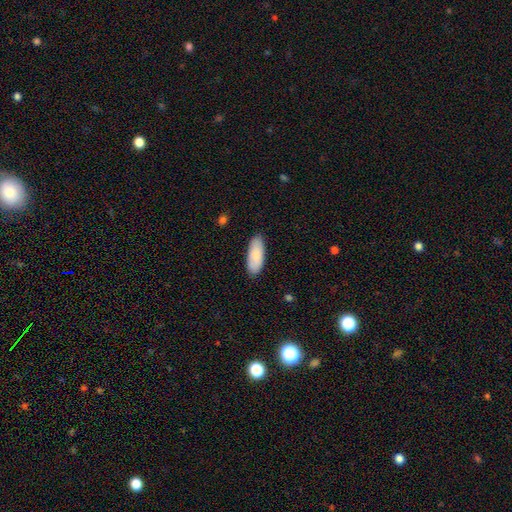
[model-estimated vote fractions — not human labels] This is clearly a smooth galaxy (86%). How rounded: clearly in between (81%). Merging: clearly none (86%).